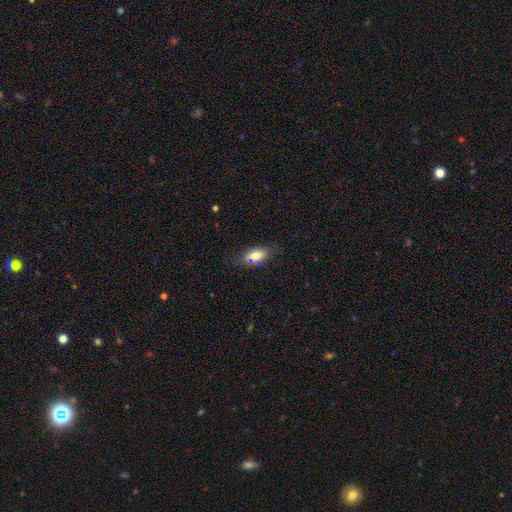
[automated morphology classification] smooth 77%, featured or disk 14%, star or artifact 9%. Down the decision tree: how rounded — in between (86%); merging — none (69%).